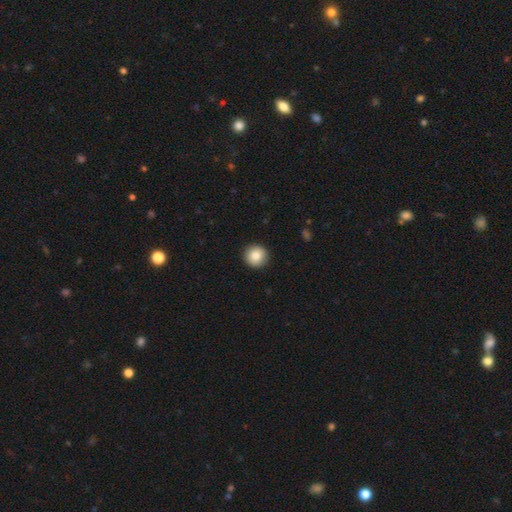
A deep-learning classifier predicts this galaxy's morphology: Overall: smooth (86%). How rounded: round (95%). Merging: none (93%).